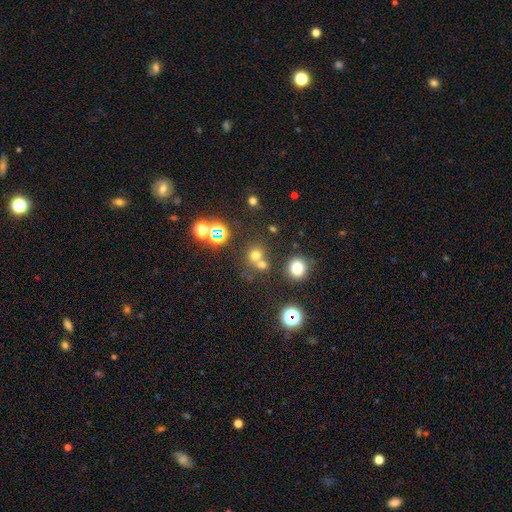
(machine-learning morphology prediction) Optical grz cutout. It shows a smooth galaxy with no disk features (62%) that is round (86%). Merging: none (57%).